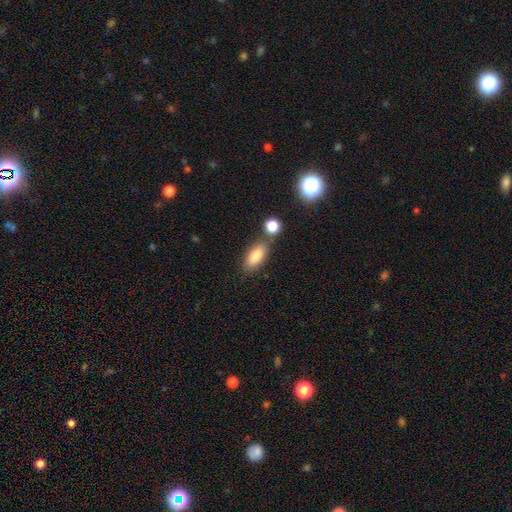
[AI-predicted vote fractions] The model was most divided on "merging": none: 64%, merger: 18%, minor disturbance: 14%, major disturbance: 4%. More confident: how rounded — in between (83%); smooth or featured — smooth (81%).